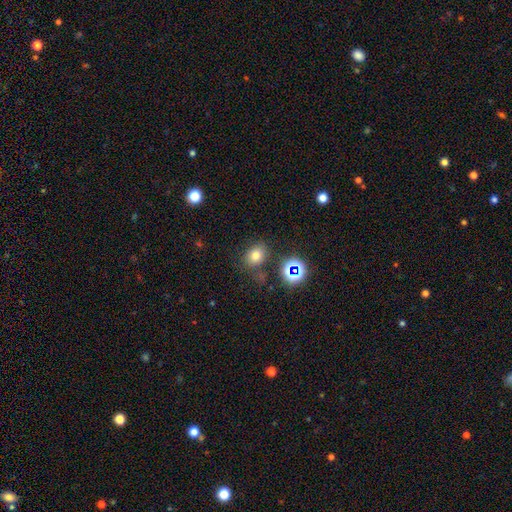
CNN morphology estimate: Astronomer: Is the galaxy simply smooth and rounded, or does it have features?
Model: smooth — 70%.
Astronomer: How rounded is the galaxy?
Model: in between — 54% (runner-up: round, 45%).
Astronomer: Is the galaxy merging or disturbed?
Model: none — 76%.